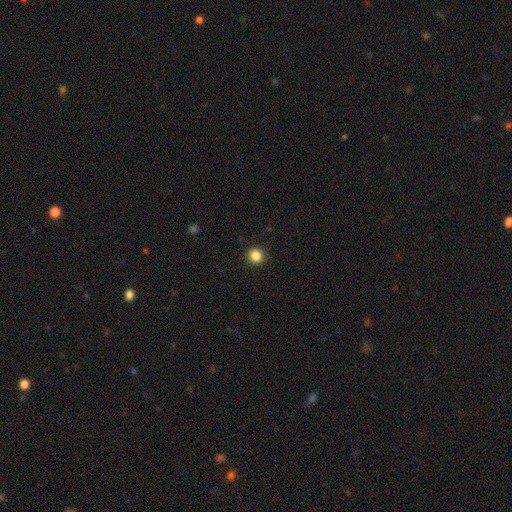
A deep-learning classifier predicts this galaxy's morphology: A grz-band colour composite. It shows a smooth galaxy with no disk features (85%) that is round (87%). Merging: none (93%).